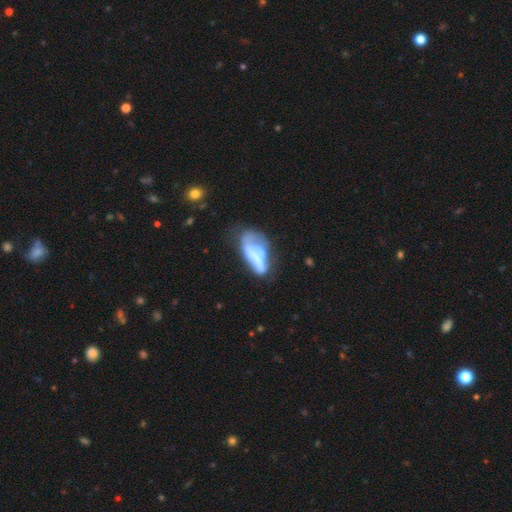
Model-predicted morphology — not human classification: The model was most divided on "smooth or featured": featured or disk: 46%, smooth: 45%, star or artifact: 9%. Remaining: merging — major disturbance (32%).